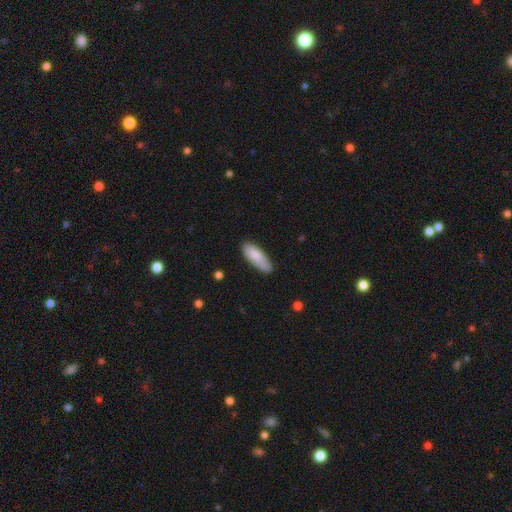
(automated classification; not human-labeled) smooth_or_featured: smooth (p=0.86) [alt: featured or disk p=0.08]
how_rounded: in between (p=0.63) [alt: cigar-shaped p=0.36]
merging: none (p=0.78) [alt: minor disturbance p=0.17]